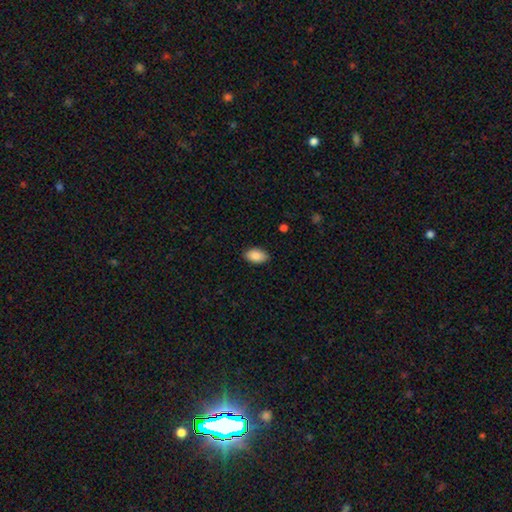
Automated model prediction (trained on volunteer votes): This is clearly a smooth galaxy (89%). How rounded: clearly in between (94%). Merging: clearly none (87%).